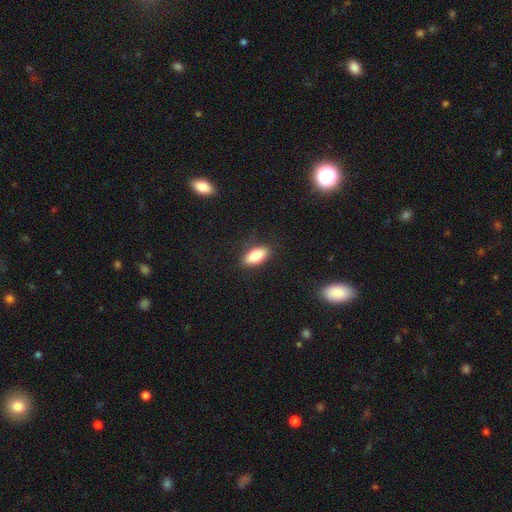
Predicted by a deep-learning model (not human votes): Smooth or featured: smooth — 81% (featured or disk — 12%)
How rounded: in between — 89% (cigar-shaped — 7%)
Merging: none — 84% (minor disturbance — 11%)